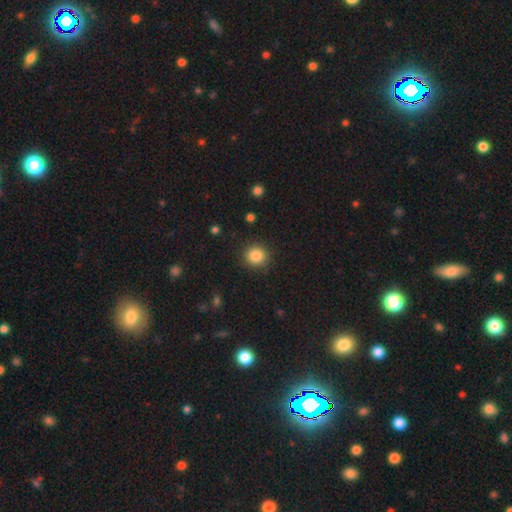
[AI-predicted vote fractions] A smooth galaxy with no disk features (86%) that is round (89%). Merging: none (89%).